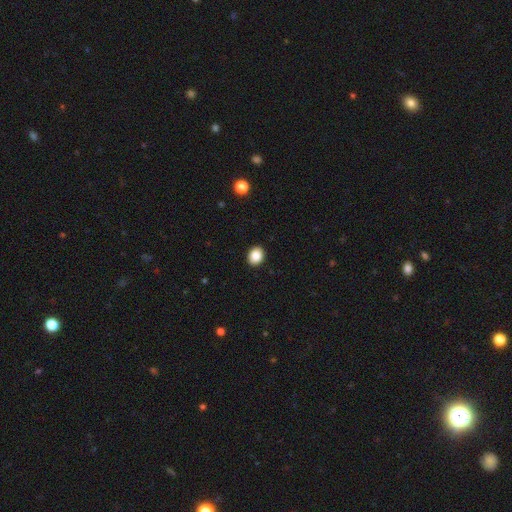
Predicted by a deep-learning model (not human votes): Q: Smooth or featured?
A: smooth (88%); runner-up: star or artifact (9%)
Q: How rounded?
A: in between (53%); runner-up: round (47%)
Q: Merging?
A: none (91%); runner-up: minor disturbance (6%)